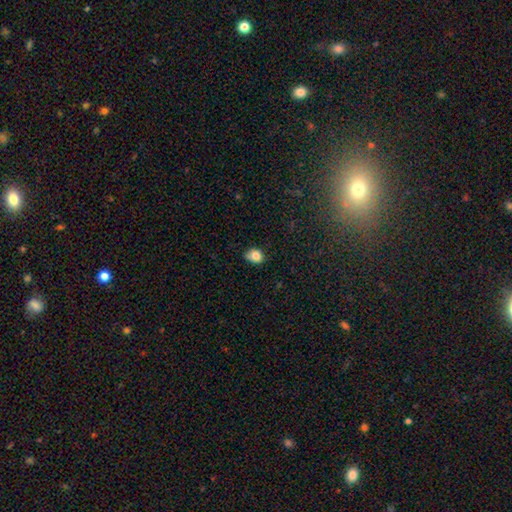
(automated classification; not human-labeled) This is clearly a smooth galaxy (81%). How rounded: possibly round (50%). Merging: likely none (63%).